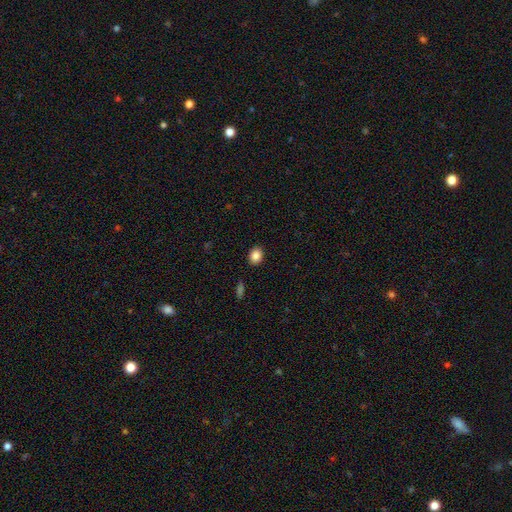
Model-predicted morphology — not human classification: Smooth or featured? Predicted: smooth (p=0.86). How rounded? Predicted: round (p=0.50). Merging? Predicted: none (p=0.90).